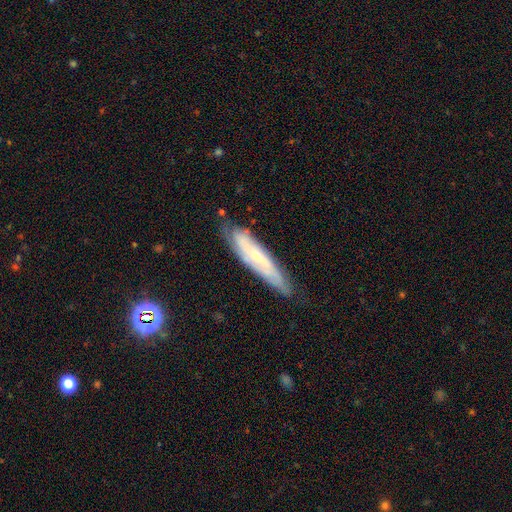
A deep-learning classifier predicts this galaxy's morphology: This appears to be a featured or disk galaxy (62%). Merging: none (73%).